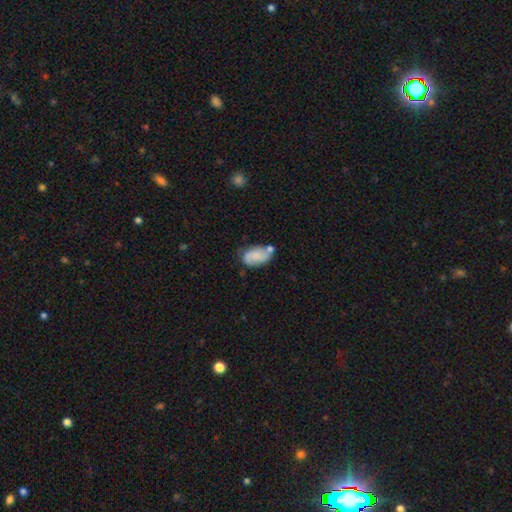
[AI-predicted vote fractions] Overall: smooth (59%; featured or disk 33%). How rounded: in between (92%). Merging: none (44%; minor disturbance 27%).